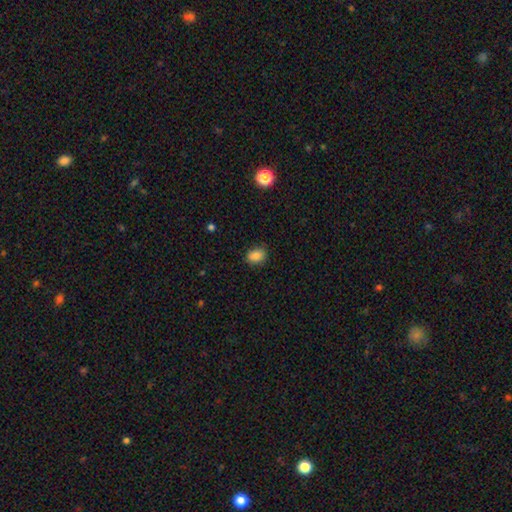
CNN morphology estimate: smooth-or-featured: smooth: 85% | star or artifact: 10% | featured or disk: 5%
  how-rounded: in between: 70% | round: 28% | cigar-shaped: 1%
  merging: none: 84% | minor disturbance: 13% | major disturbance: 3% | merger: 1%